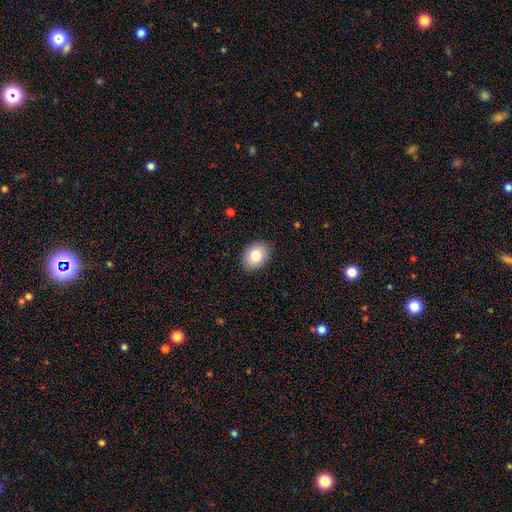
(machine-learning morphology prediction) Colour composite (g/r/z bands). It shows a smooth galaxy with no disk features (82%) that is in between round and cigar-shaped (64%). Merging: none (88%).